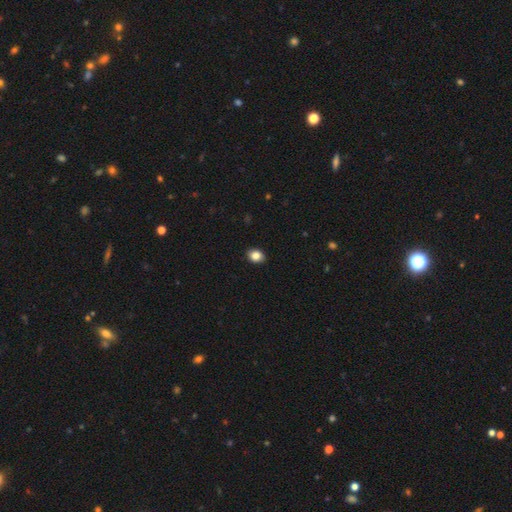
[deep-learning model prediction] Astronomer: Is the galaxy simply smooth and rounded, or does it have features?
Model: smooth — 85%.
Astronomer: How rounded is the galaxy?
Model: in between — 57% (runner-up: round, 42%).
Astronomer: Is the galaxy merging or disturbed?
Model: none — 90%.